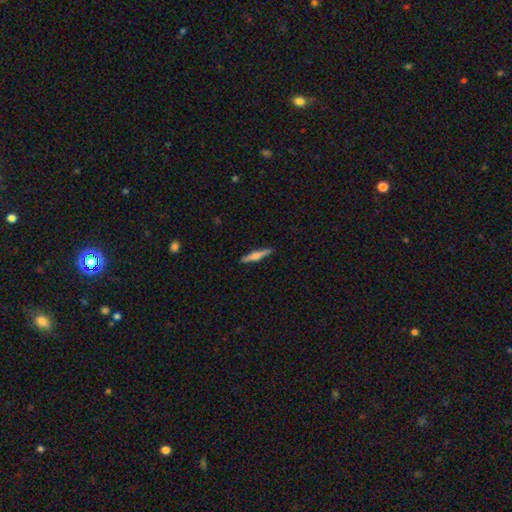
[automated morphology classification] featured or disk 53%, smooth 42%, star or artifact 6%. Down the decision tree: edge-on disk — yes (97%); edge-on bulge — rounded (81%); merging — none (91%).